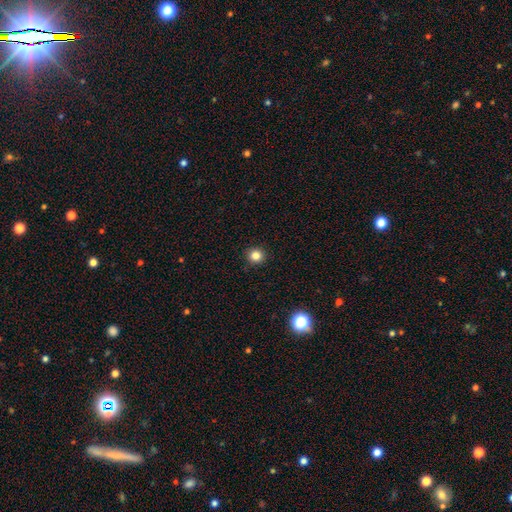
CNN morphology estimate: Smooth or featured? Predicted: smooth (p=0.82). How rounded? Predicted: round (p=0.93). Merging? Predicted: none (p=0.93).